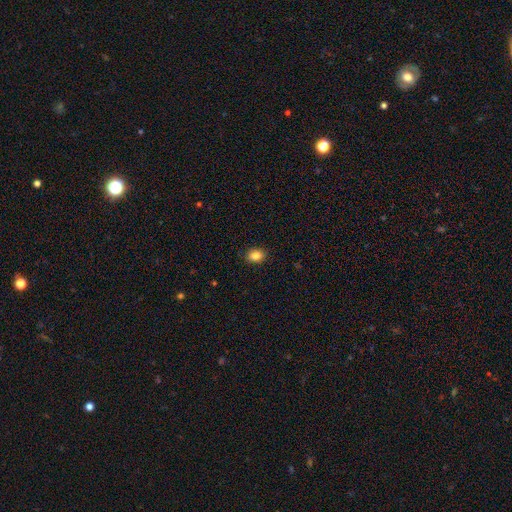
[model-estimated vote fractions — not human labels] smooth-or-featured: smooth: 85% | star or artifact: 10% | featured or disk: 5%
  how-rounded: in between: 60% | round: 39% | cigar-shaped: 1%
  merging: none: 89% | minor disturbance: 8% | major disturbance: 2% | merger: 1%